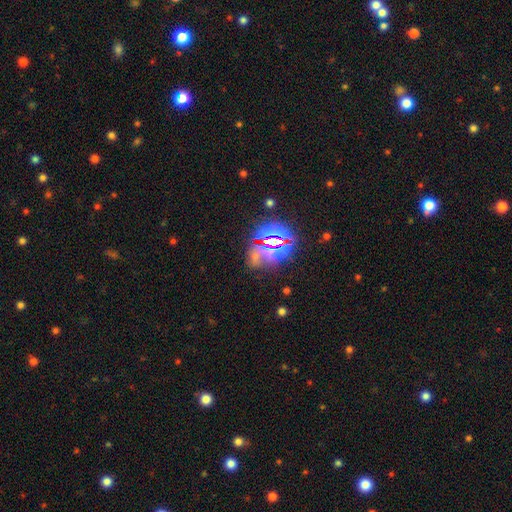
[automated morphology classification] smooth-or-featured: star or artifact: 76% | smooth: 14% | featured or disk: 11%